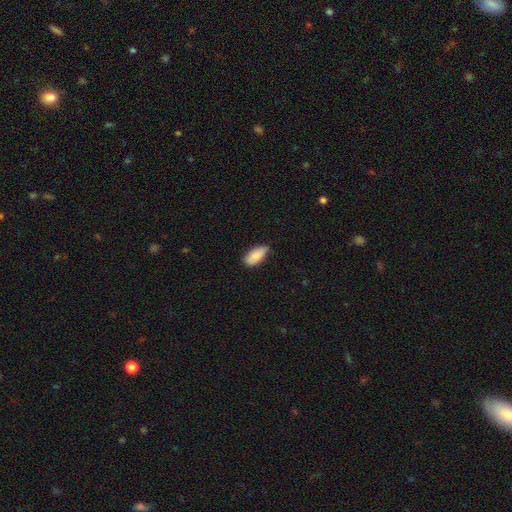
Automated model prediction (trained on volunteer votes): Smooth or featured? Predicted: smooth (p=0.84). How rounded? Predicted: in between (p=0.91). Merging? Predicted: none (p=0.69).